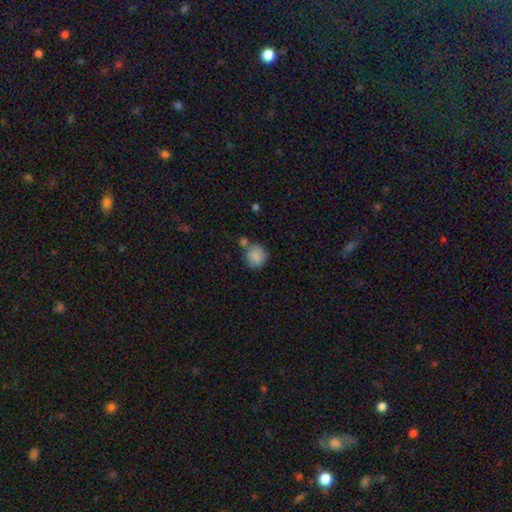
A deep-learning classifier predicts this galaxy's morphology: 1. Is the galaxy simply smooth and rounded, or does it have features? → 86% smooth, 8% star or artifact, 5% featured or disk.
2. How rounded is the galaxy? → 88% round, 11% in between, 1% cigar-shaped.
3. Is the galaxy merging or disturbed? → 63% none, 18% merger, 14% minor disturbance, 5% major disturbance.